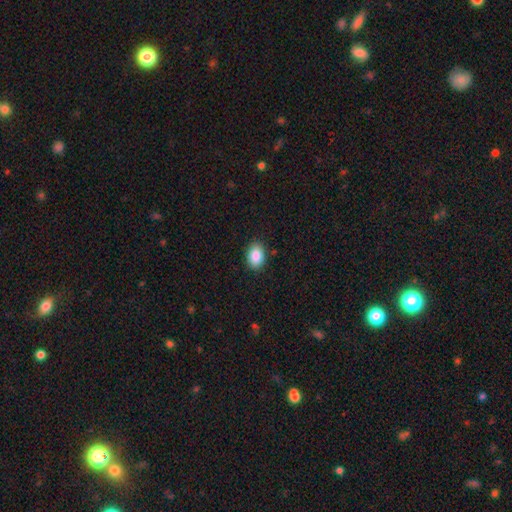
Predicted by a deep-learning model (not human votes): This is clearly a smooth galaxy (88%). How rounded: clearly in between (84%). Merging: clearly none (88%).